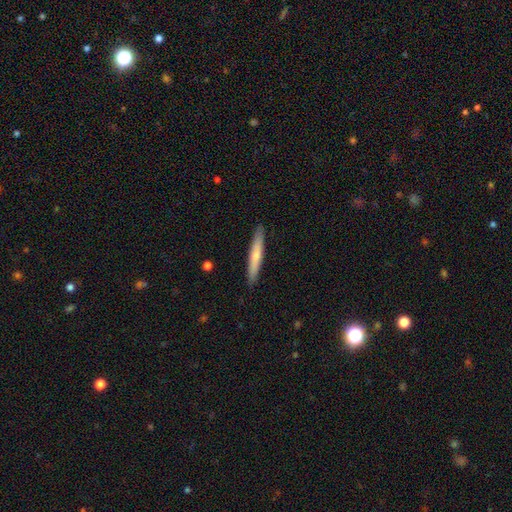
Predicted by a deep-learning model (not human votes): smooth 62%, featured or disk 33%, star or artifact 5%. Down the decision tree: how rounded — cigar-shaped (94%); merging — none (90%).